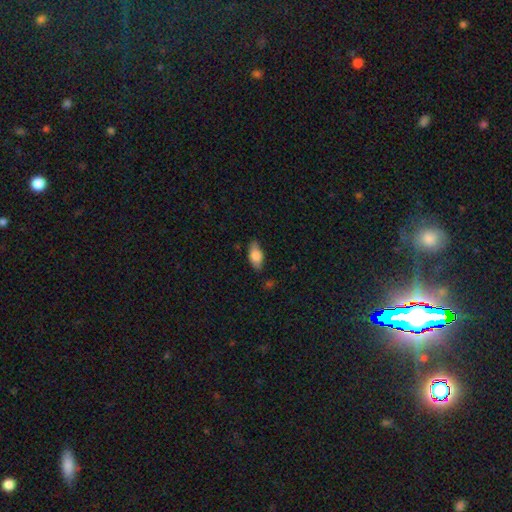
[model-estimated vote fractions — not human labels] smooth-or-featured: smooth: 79% | featured or disk: 14% | star or artifact: 7%
  how-rounded: in between: 88% | cigar-shaped: 9% | round: 4%
  merging: none: 79% | minor disturbance: 16% | major disturbance: 3% | merger: 2%